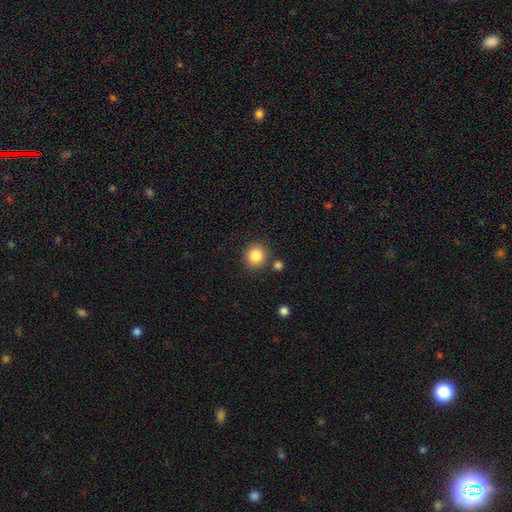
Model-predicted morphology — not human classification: Smooth or featured? smooth (85%)
How rounded? round (88%)
Merging? none (83%)